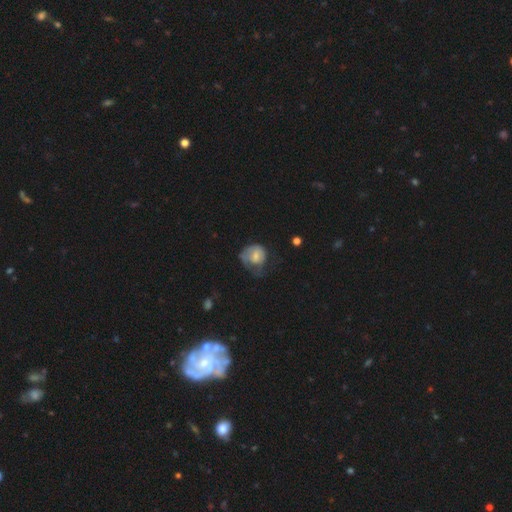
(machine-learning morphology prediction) The model was most divided on "merging": major disturbance: 37%, none: 32%, minor disturbance: 29%, merger: 2%. More confident: how rounded — round (66%); smooth or featured — smooth (55%).